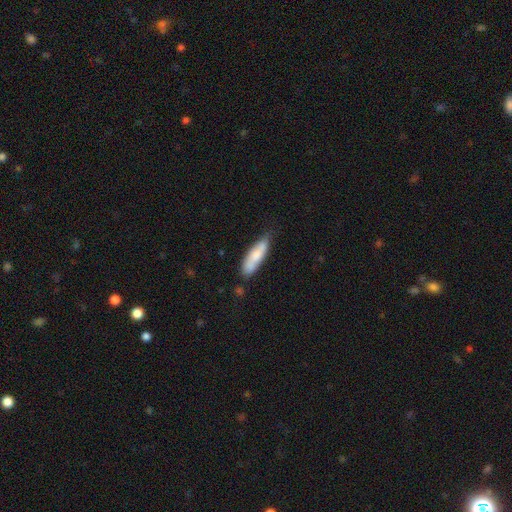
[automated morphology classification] This is likely a smooth galaxy (72%). How rounded: possibly cigar-shaped (57%). Merging: likely none (68%).